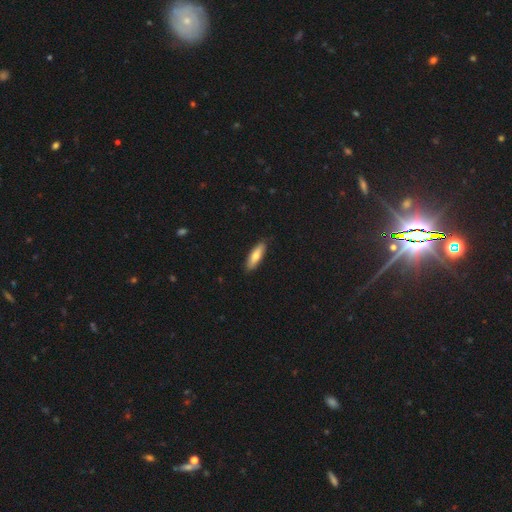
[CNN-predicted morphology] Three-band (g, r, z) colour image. It shows a smooth galaxy with no disk features (72%) that is cigar-shaped (51%). Merging: none (87%).